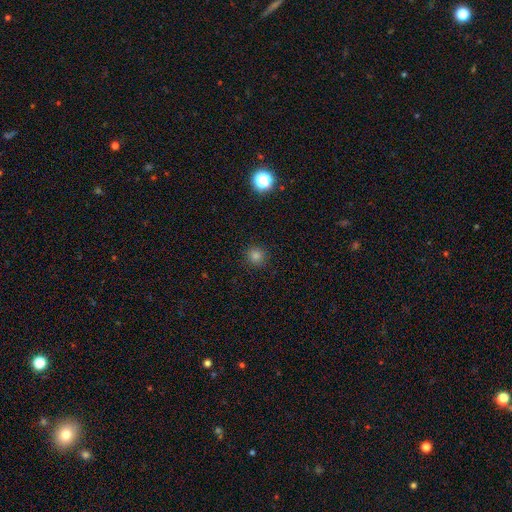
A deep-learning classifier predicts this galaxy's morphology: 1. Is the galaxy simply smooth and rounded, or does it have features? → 79% smooth, 16% star or artifact, 4% featured or disk.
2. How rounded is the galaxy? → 93% round, 6% in between, 1% cigar-shaped.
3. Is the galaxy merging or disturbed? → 91% none, 6% minor disturbance, 2% major disturbance, 1% merger.